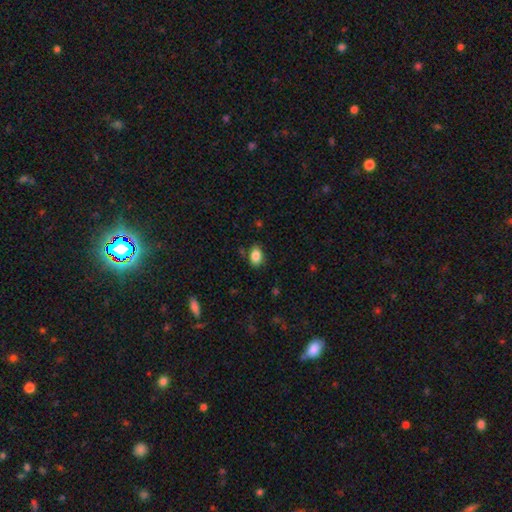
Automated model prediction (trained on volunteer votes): The model was most divided on "how rounded": in between: 82%, round: 16%, cigar-shaped: 1%. More confident: smooth or featured — smooth (86%); merging — none (83%).